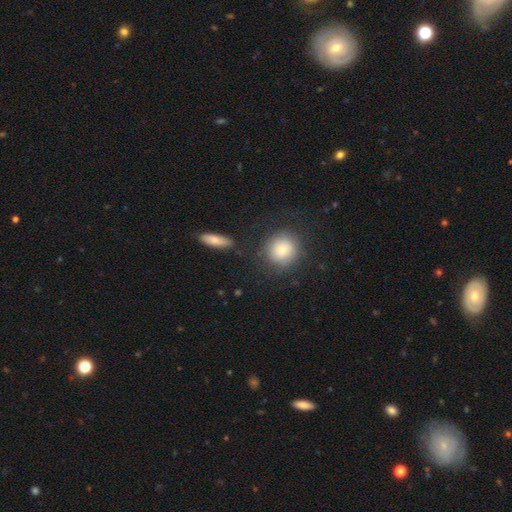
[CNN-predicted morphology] Smooth or featured? smooth (55%)
How rounded? round (88%)
Merging? none (84%)